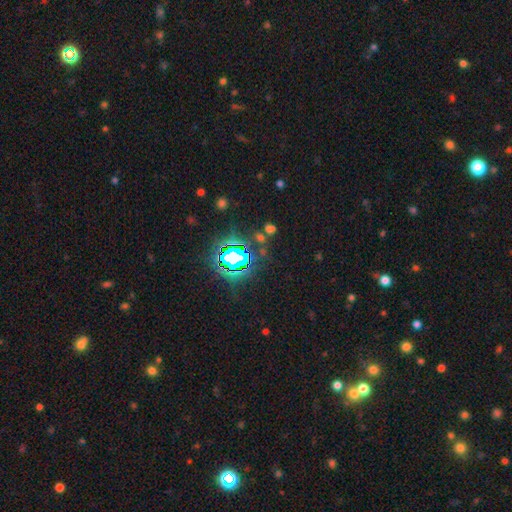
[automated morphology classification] star or artifact 82%, smooth 12%, featured or disk 7%.